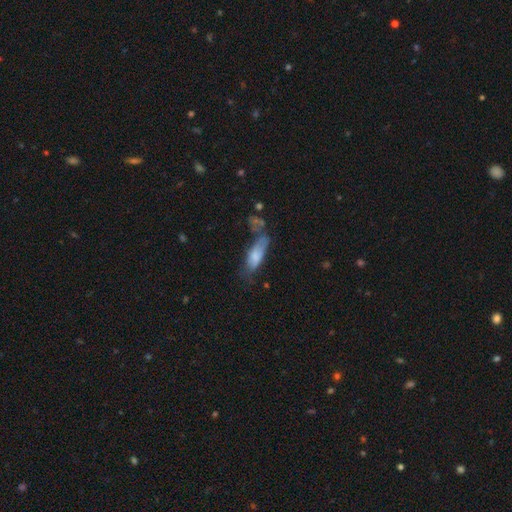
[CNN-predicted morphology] smooth-or-featured: smooth: 68% | featured or disk: 24% | star or artifact: 8%
  how-rounded: in between: 56% | cigar-shaped: 41% | round: 2%
  merging: none: 32% | minor disturbance: 26% | major disturbance: 24% | merger: 18%